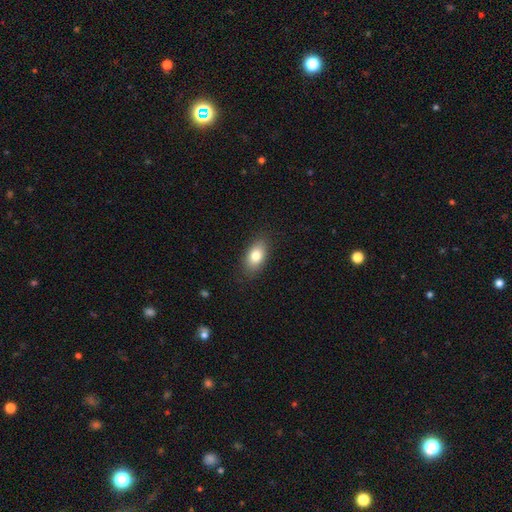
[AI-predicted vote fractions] smooth-or-featured: smooth: 79% | featured or disk: 13% | star or artifact: 8%
  how-rounded: in between: 89% | round: 7% | cigar-shaped: 4%
  merging: none: 86% | minor disturbance: 11% | major disturbance: 3% | merger: 1%